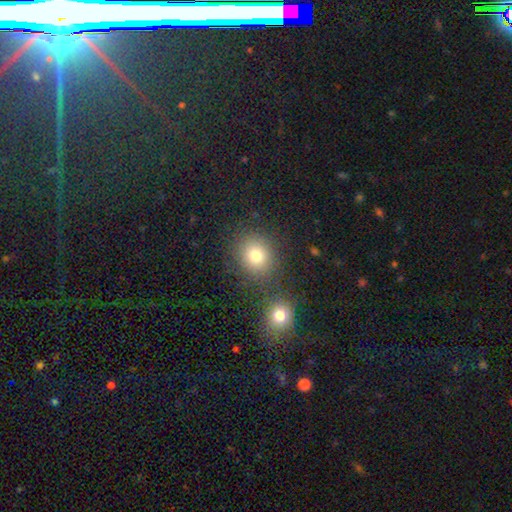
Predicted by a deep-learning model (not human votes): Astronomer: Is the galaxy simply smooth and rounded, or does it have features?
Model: smooth — 78%.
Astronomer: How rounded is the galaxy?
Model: round — 79%.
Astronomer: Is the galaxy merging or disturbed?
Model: none — 76%.